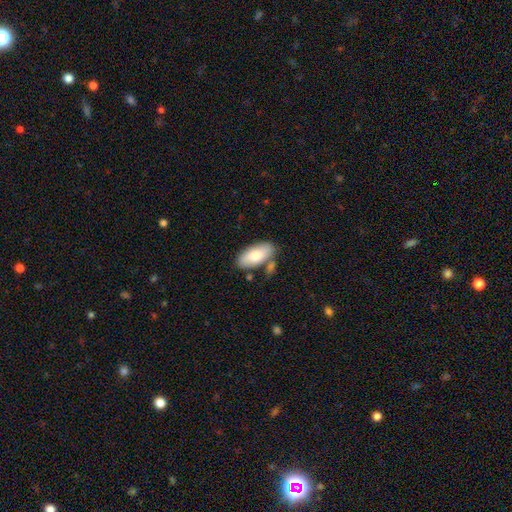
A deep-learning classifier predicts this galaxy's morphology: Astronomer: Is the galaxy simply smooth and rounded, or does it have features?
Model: smooth — 77%.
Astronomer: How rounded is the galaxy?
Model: in between — 90%.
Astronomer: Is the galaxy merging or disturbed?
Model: none — 70%.